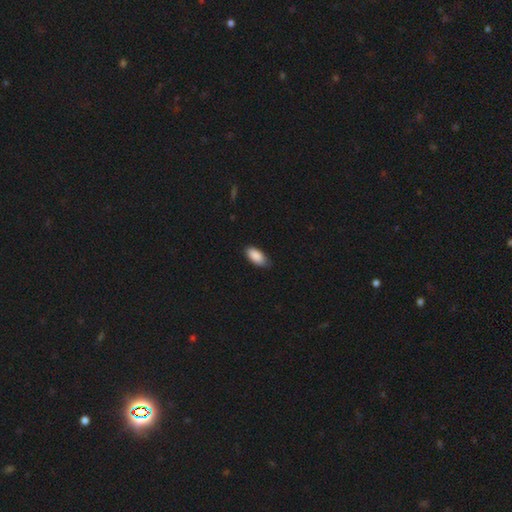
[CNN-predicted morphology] smooth-or-featured: smooth: 89% | star or artifact: 6% | featured or disk: 5%
  how-rounded: in between: 93% | cigar-shaped: 5% | round: 2%
  merging: none: 76% | minor disturbance: 21% | major disturbance: 3% | merger: 1%